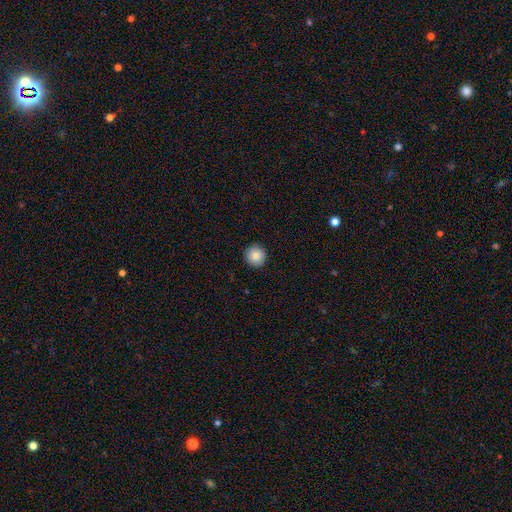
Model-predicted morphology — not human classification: type=smooth (86%); roundness=round (94%); merging=none (92%).